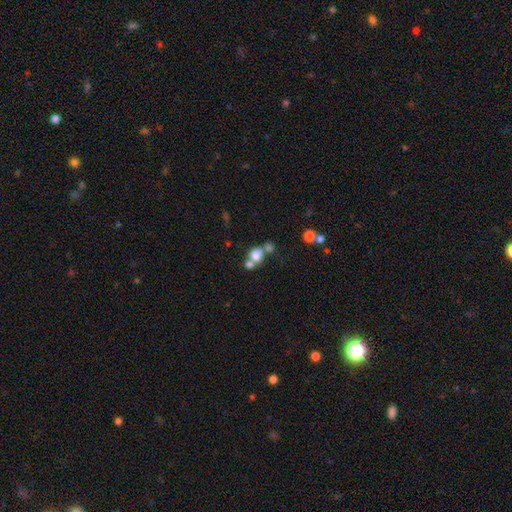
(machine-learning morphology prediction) smooth_or_featured: smooth (p=0.73) [alt: featured or disk p=0.15]
how_rounded: round (p=0.72) [alt: in between p=0.26]
merging: merger (p=0.52) [alt: none p=0.35]